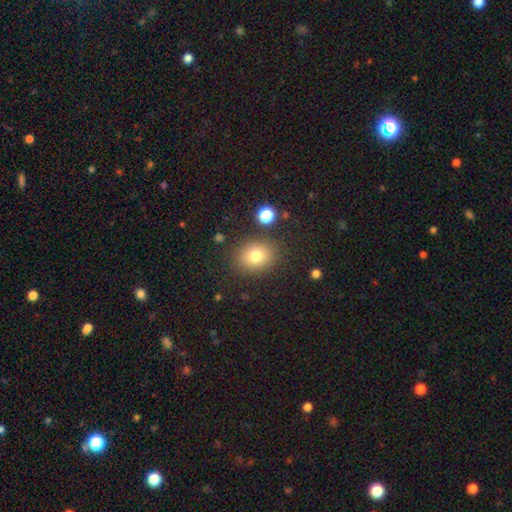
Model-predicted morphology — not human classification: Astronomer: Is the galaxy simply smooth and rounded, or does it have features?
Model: smooth — 78%.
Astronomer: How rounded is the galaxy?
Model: round — 62%.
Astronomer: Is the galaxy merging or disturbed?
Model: none — 83%.